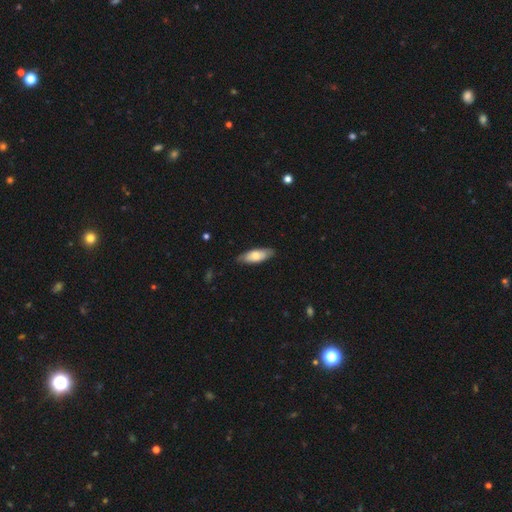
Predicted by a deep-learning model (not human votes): smooth 73%, featured or disk 22%, star or artifact 5%. Down the decision tree: how rounded — in between (67%); merging — none (84%).